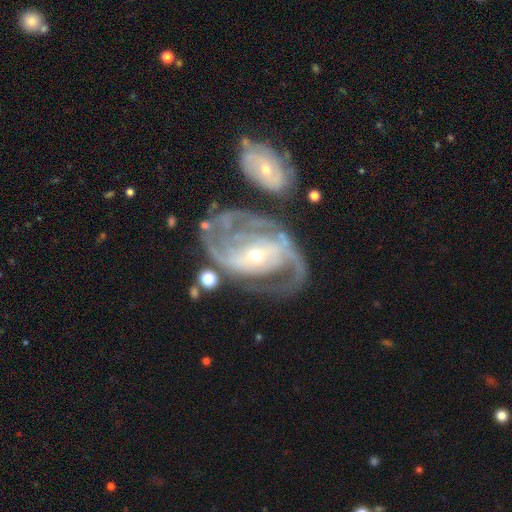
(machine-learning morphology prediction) Smooth or featured?
  - featured or disk: 90% *
  - star or artifact: 5%
  - smooth: 5%
Edge-on disk?
  - no: 97% *
  - yes: 3%
Bar?
  - no: 39% *
  - weak: 34%
  - strong: 27%
Spiral arms?
  - yes: 96% *
  - no: 4%
Spiral winding?
  - medium: 46% *
  - tight: 39%
  - loose: 14%
Spiral arm count?
  - 2: 57% *
  - 3: 17%
  - can't tell: 14%
  - 4: 4%
  - 1: 4%
  - more than 4: 4%
Bulge size?
  - small: 57% *
  - moderate: 39%
  - large: 2%
  - none: 1%
  - dominant: 1%
Merging?
  - none: 51% *
  - minor disturbance: 18%
  - major disturbance: 17%
  - merger: 14%